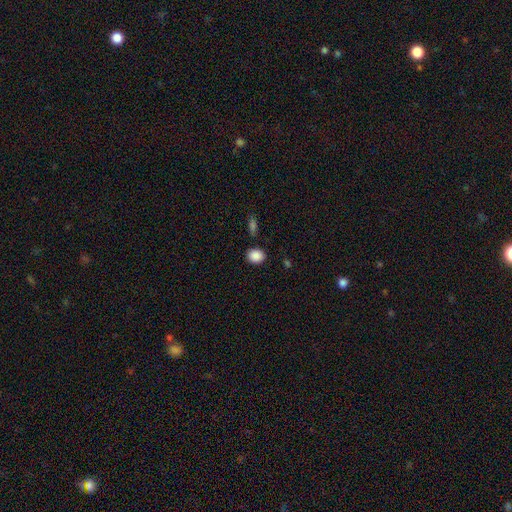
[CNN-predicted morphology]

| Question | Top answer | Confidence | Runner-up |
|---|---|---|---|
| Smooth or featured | smooth | 88% | star or artifact (9%) |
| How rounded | round | 64% | in between (35%) |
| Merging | none | 85% | minor disturbance (9%) |